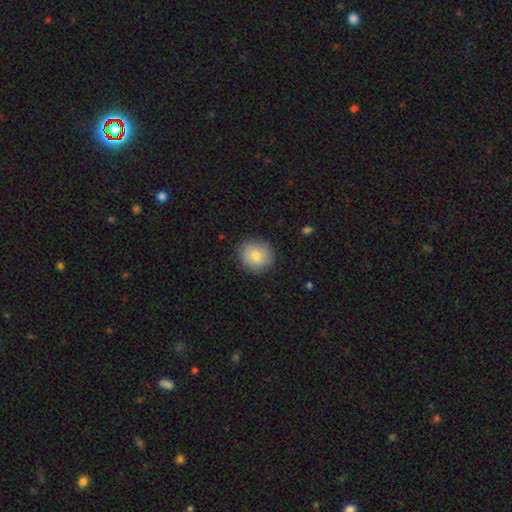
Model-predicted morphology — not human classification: smooth_or_featured: smooth (p=0.79) [alt: featured or disk p=0.12]
how_rounded: round (p=0.88) [alt: in between p=0.11]
merging: none (p=0.88) [alt: minor disturbance p=0.09]